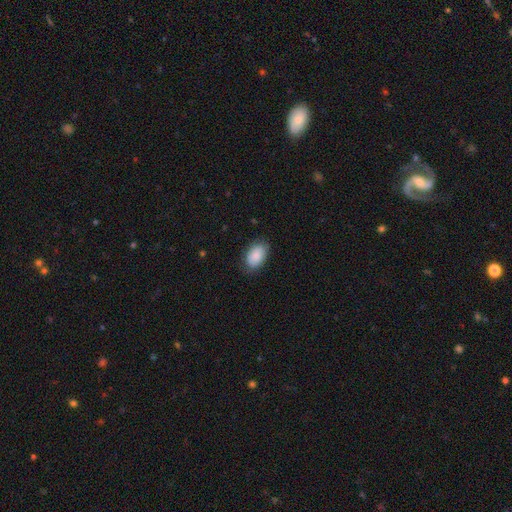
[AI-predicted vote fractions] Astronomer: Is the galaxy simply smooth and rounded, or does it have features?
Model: smooth — 85%.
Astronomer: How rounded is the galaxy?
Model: in between — 91%.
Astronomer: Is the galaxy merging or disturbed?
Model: none — 79%.